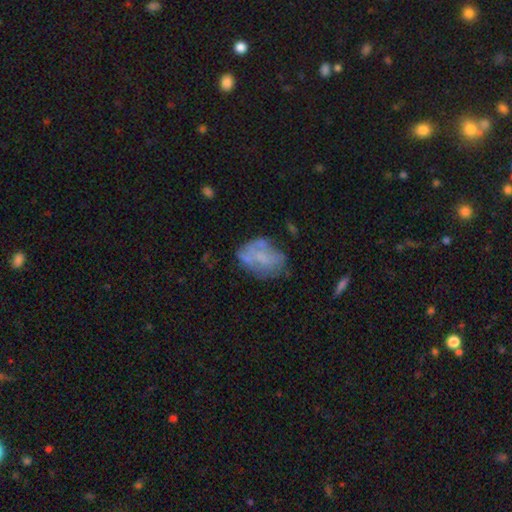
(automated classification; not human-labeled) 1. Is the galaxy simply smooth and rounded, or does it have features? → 47% featured or disk, 42% smooth, 11% star or artifact.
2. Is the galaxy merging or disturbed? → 53% none, 25% minor disturbance, 15% major disturbance, 7% merger.